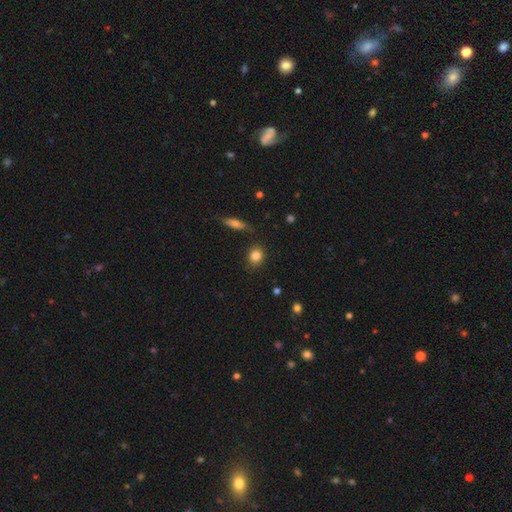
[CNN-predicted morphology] Q: Smooth or featured?
A: smooth (84%); runner-up: star or artifact (10%)
Q: How rounded?
A: round (76%); runner-up: in between (22%)
Q: Merging?
A: none (87%); runner-up: minor disturbance (9%)